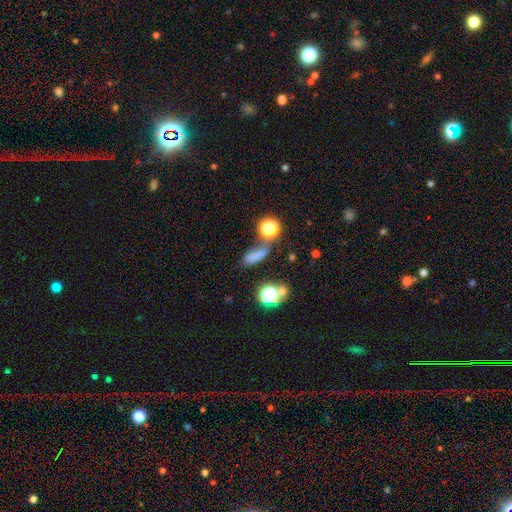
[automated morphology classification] smooth_or_featured: smooth (p=0.65) [alt: star or artifact p=0.23]
how_rounded: in between (p=0.50) [alt: cigar-shaped p=0.29]
merging: none (p=0.45) [alt: merger p=0.19]